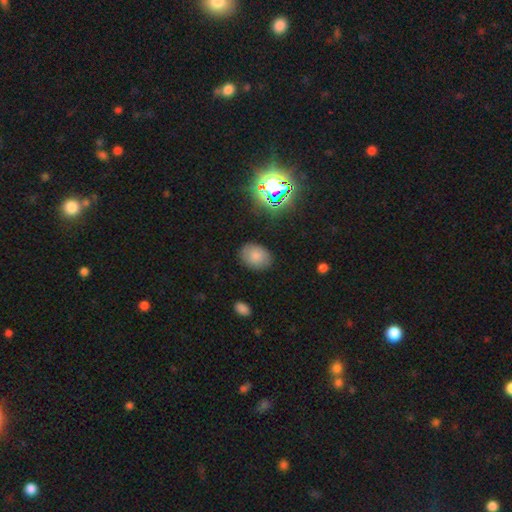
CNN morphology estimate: This appears to be a smooth galaxy with no disk features (76%) that is in between round and cigar-shaped (71%). Merging: none (84%).